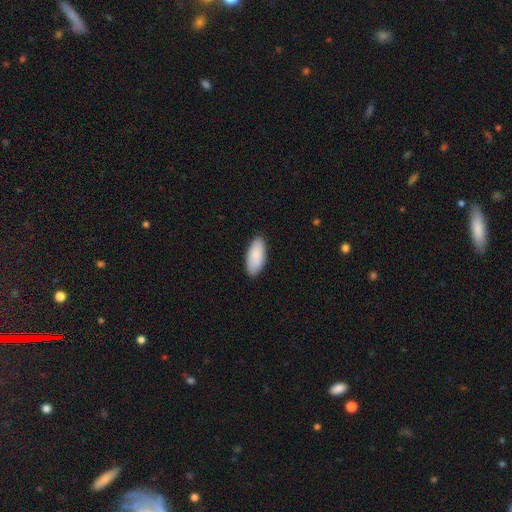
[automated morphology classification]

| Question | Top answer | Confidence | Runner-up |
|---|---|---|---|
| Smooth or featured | smooth | 89% | featured or disk (6%) |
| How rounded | in between | 88% | cigar-shaped (11%) |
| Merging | none | 88% | minor disturbance (9%) |